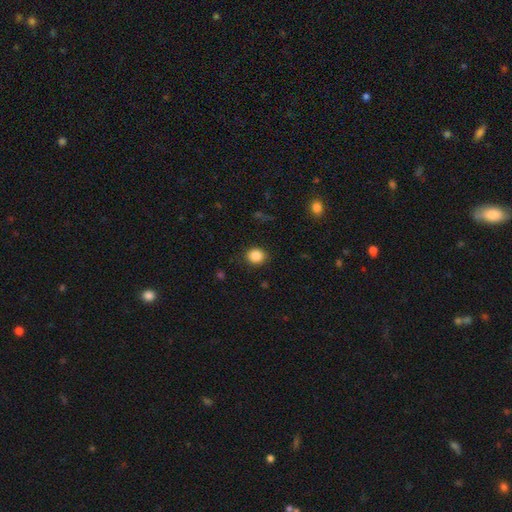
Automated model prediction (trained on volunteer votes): A smooth galaxy with no disk features (87%) that is round (75%).

Vote fractions:
- Smooth or featured? smooth: 87% / star or artifact: 10% / featured or disk: 4%
- How rounded? round: 75% / in between: 24% / cigar-shaped: 1%
- Merging? none: 89% / minor disturbance: 8% / major disturbance: 3% / merger: 1%